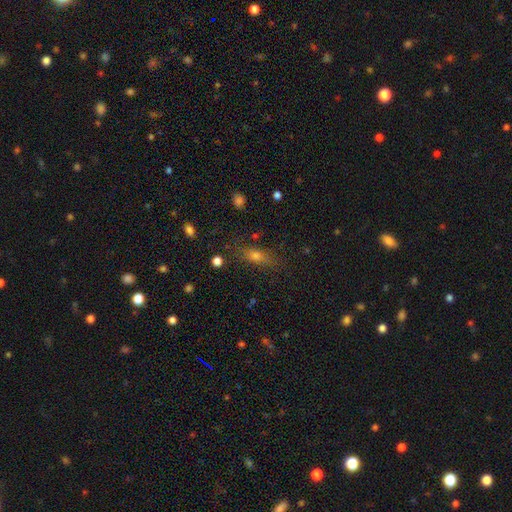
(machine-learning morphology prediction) Overall: smooth (62%). How rounded: in between (55%; cigar-shaped 34%). Merging: none (77%).